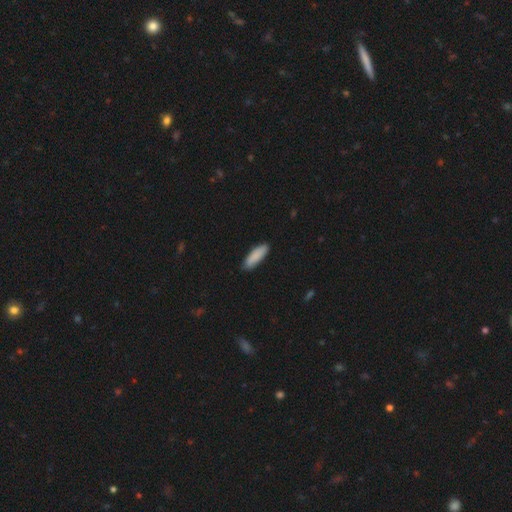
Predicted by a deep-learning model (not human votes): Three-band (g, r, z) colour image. It shows a smooth galaxy with no disk features (88%) that is cigar-shaped (49%, tied with in between). Merging: none (86%).